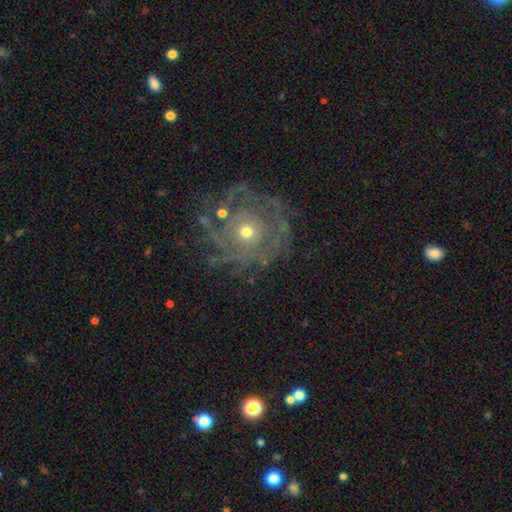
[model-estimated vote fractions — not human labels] Overall: featured or disk (74%). Edge-on disk: no (96%). Bar: no (81%). Spiral arms: yes (85%). Spiral arm count: can't tell (45%; 3 15%). Spiral winding: tight (72%). Bulge size: small (52%; moderate 43%). Merging: none (76%).